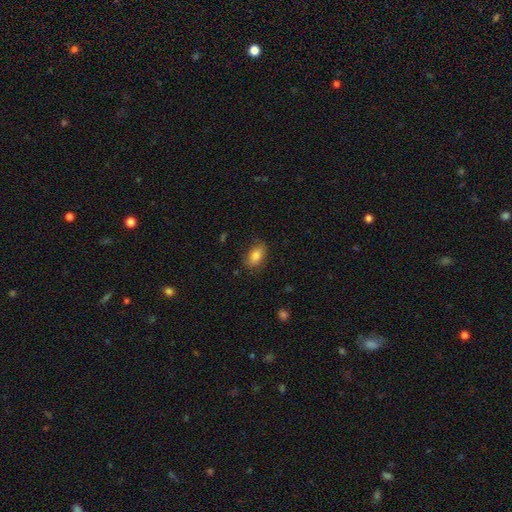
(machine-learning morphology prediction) Smooth or featured? smooth (83%)
How rounded? in between (87%)
Merging? none (80%)